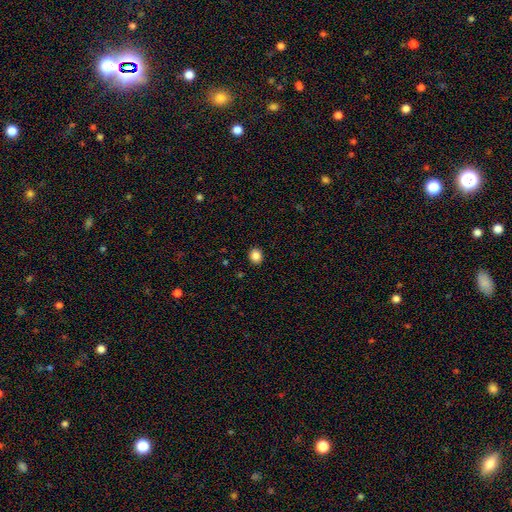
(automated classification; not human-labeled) Smooth or featured? Predicted: smooth (p=0.86). How rounded? Predicted: round (p=0.74). Merging? Predicted: none (p=0.92).